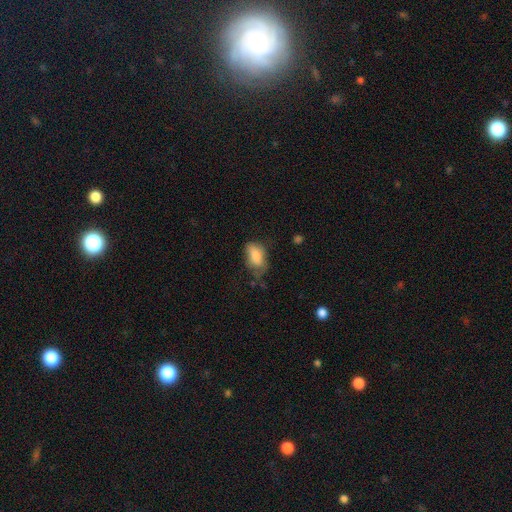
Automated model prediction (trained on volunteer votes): A smooth galaxy with no disk features (82%) that is in between round and cigar-shaped (90%).

Vote fractions:
- Smooth or featured? smooth: 82% / featured or disk: 10% / star or artifact: 8%
- How rounded? in between: 90% / round: 6% / cigar-shaped: 3%
- Merging? none: 42% / minor disturbance: 36% / major disturbance: 19% / merger: 3%